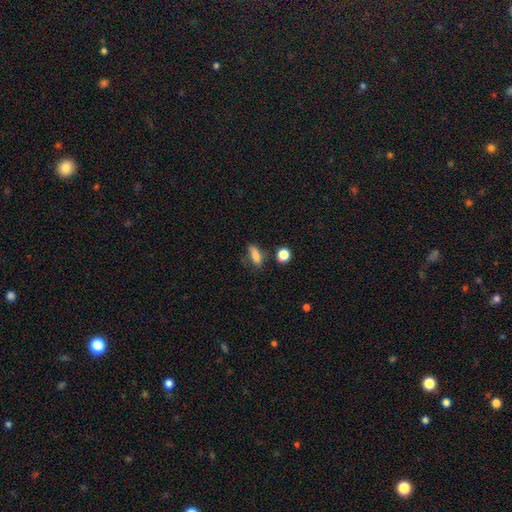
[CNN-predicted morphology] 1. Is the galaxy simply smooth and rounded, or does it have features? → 78% smooth, 11% featured or disk, 10% star or artifact.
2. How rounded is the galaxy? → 56% in between, 34% cigar-shaped, 9% round.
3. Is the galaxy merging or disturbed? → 60% none, 24% minor disturbance, 9% major disturbance, 7% merger.